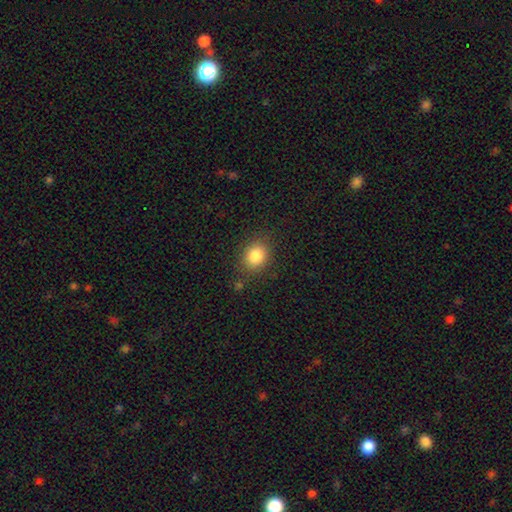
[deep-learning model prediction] The model was most divided on "how rounded": round: 61%, in between: 38%, cigar-shaped: 1%. More confident: smooth or featured — smooth (85%); merging — none (83%).